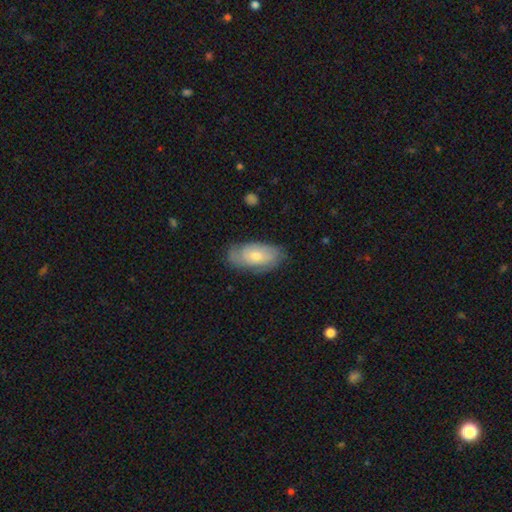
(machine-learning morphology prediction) Q: Smooth or featured?
A: featured or disk (50%); runner-up: smooth (44%)
Q: Merging?
A: none (75%); runner-up: minor disturbance (20%)